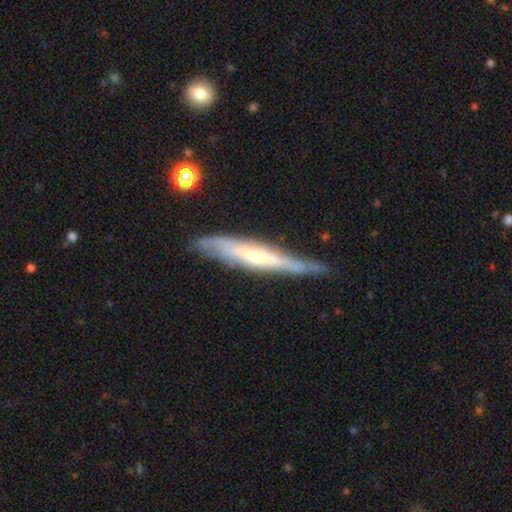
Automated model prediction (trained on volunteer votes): featured or disk 67%, smooth 27%, star or artifact 6%. Down the decision tree: edge-on disk — yes (81%); edge-on bulge — rounded (51%); merging — none (72%).